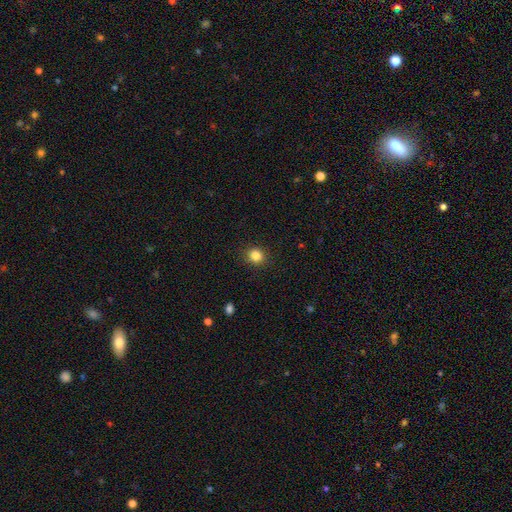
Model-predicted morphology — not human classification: Q: Smooth or featured?
A: smooth (84%); runner-up: star or artifact (11%)
Q: How rounded?
A: round (82%); runner-up: in between (17%)
Q: Merging?
A: none (90%); runner-up: minor disturbance (7%)